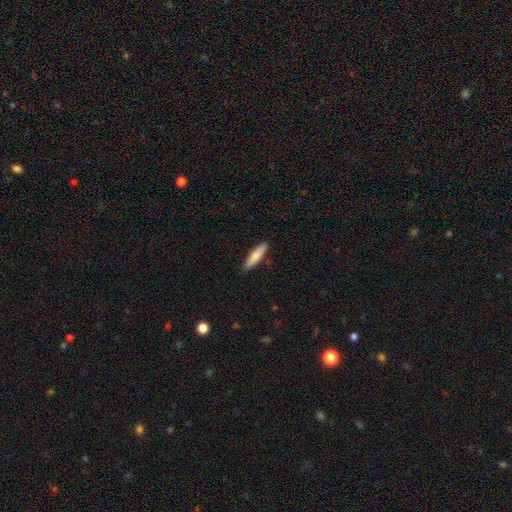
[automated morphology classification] smooth_or_featured: smooth (p=0.79) [alt: featured or disk p=0.15]
how_rounded: cigar-shaped (p=0.77) [alt: in between p=0.22]
merging: none (p=0.88) [alt: minor disturbance p=0.09]